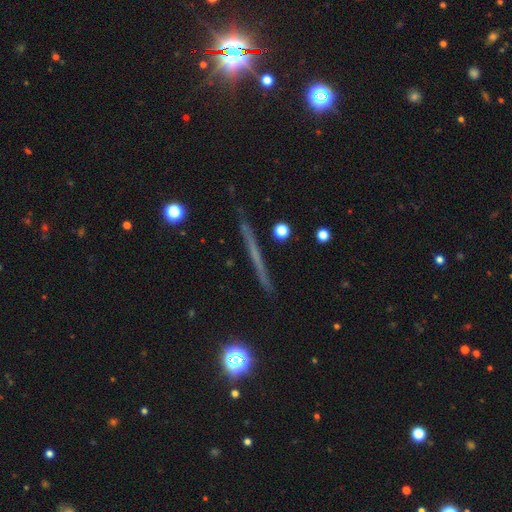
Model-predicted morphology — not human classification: Smooth or featured? featured or disk (56%)
Edge-on disk? yes (96%)
Edge-on bulge? none (89%)
Merging? none (90%)